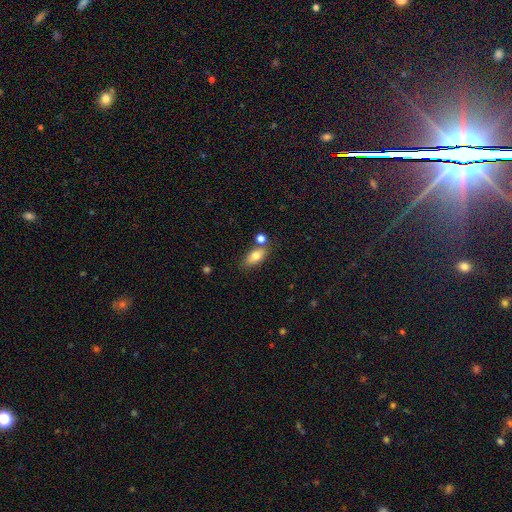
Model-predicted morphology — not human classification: Smooth or featured?
  - smooth: 77% *
  - featured or disk: 15%
  - star or artifact: 9%
How rounded?
  - in between: 84% *
  - cigar-shaped: 10%
  - round: 7%
Merging?
  - none: 66% *
  - merger: 17%
  - minor disturbance: 14%
  - major disturbance: 4%